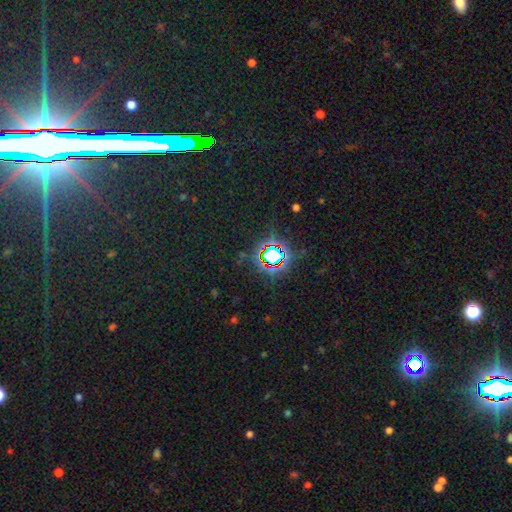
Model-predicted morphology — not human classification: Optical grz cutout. It shows a star or artifact, not a galaxy (78%).